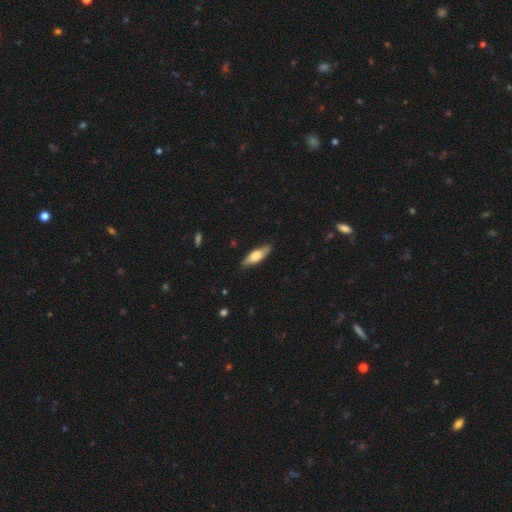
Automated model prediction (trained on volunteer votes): A smooth galaxy with no disk features (59%) that is in between round and cigar-shaped (52%). Merging: none (83%).